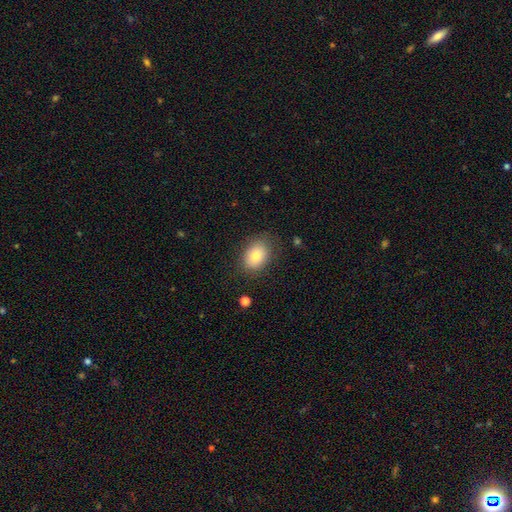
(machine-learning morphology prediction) A smooth galaxy with no disk features (82%) that is in between round and cigar-shaped (71%).

Vote fractions:
- Smooth or featured? smooth: 82% / featured or disk: 10% / star or artifact: 9%
- How rounded? in between: 71% / round: 28% / cigar-shaped: 1%
- Merging? none: 81% / minor disturbance: 14% / major disturbance: 4% / merger: 1%